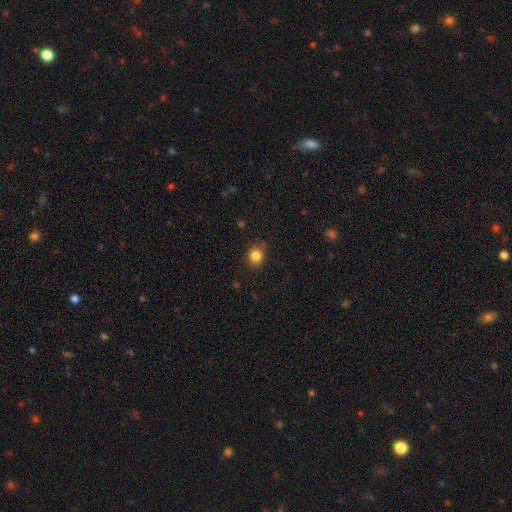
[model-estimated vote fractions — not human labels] Q: Smooth or featured?
A: smooth (84%); runner-up: star or artifact (11%)
Q: How rounded?
A: round (78%); runner-up: in between (21%)
Q: Merging?
A: none (83%); runner-up: minor disturbance (13%)